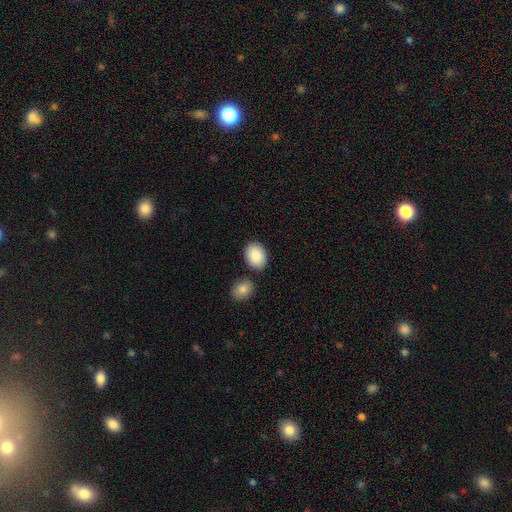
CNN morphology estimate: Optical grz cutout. It shows a smooth galaxy with no disk features (89%) that is in between round and cigar-shaped (79%). Merging: none (78%).